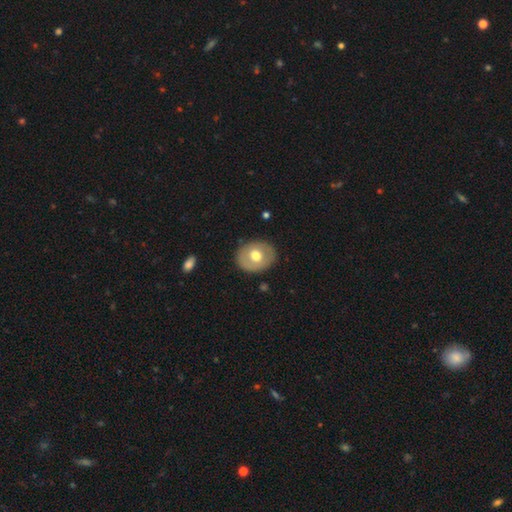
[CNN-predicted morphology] Overall: smooth (57%; featured or disk 37%). How rounded: in between (51%; round 48%). Merging: none (85%).